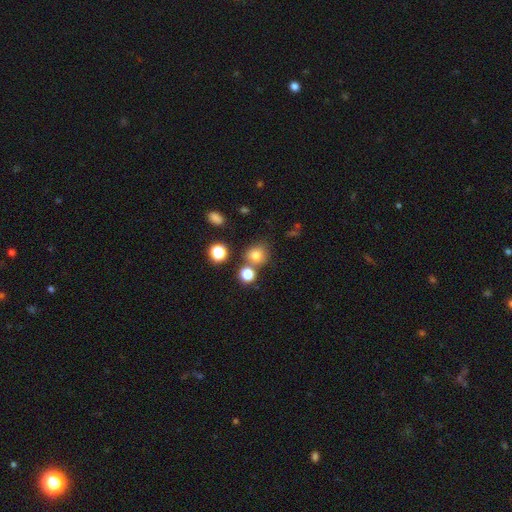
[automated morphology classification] smooth_or_featured: smooth (p=0.75) [alt: star or artifact p=0.17]
how_rounded: round (p=0.82) [alt: in between p=0.17]
merging: none (p=0.67) [alt: merger p=0.18]